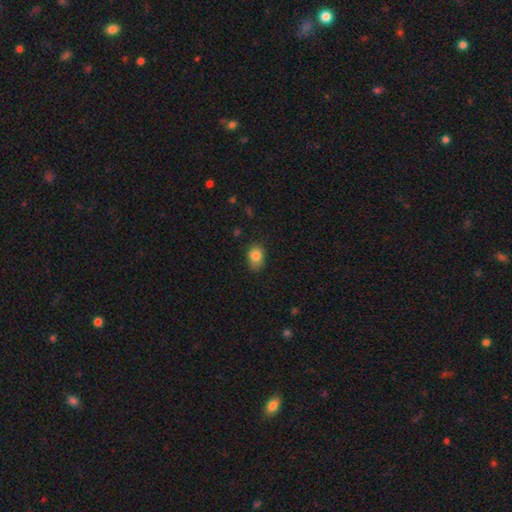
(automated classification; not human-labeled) Smooth or featured? smooth (83%)
How rounded? in between (70%)
Merging? none (75%)